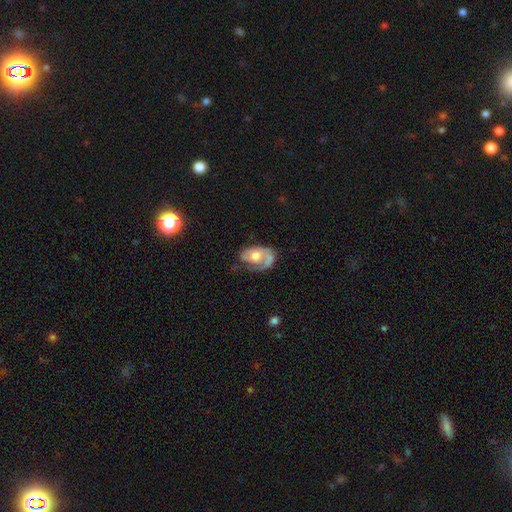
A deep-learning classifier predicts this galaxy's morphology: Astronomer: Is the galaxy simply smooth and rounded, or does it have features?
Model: featured or disk — 65%.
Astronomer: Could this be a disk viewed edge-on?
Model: no — 96%.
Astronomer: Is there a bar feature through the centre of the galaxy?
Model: no — 75%.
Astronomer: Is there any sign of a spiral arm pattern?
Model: yes — 78%.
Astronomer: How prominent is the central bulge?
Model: moderate — 55%.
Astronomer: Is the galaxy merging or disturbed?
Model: none — 40% (runner-up: major disturbance, 29%).